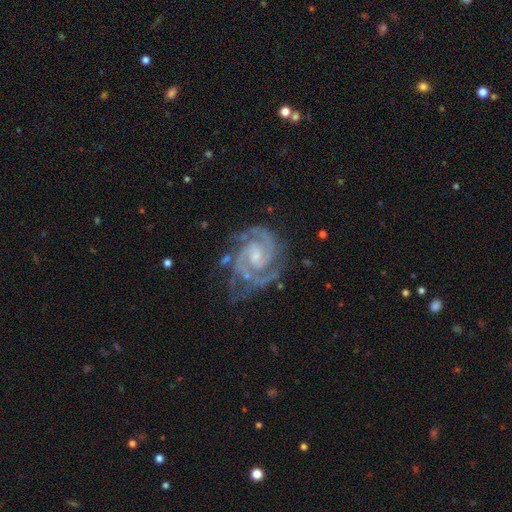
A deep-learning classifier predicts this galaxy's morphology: featured or disk 93%, star or artifact 4%, smooth 2%. Down the decision tree: edge-on disk — no (98%); bar — weak (48%); spiral arms — yes (99%); spiral arm count — 2 (81%); spiral winding — tight (58%); bulge size — small (62%); merging — none (67%).